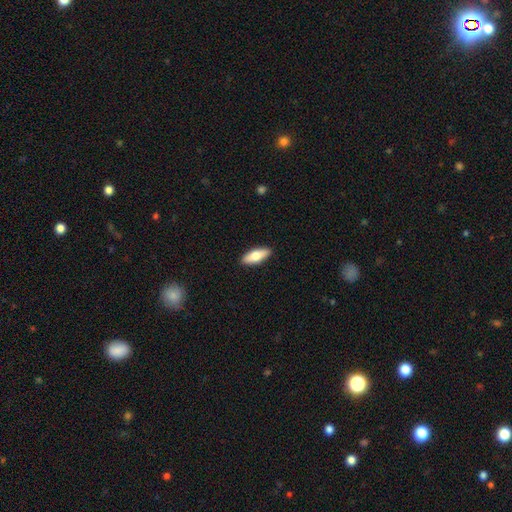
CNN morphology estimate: Smooth or featured?
  - smooth: 73% *
  - featured or disk: 22%
  - star or artifact: 6%
How rounded?
  - in between: 69% *
  - cigar-shaped: 29%
  - round: 2%
Merging?
  - none: 90% *
  - minor disturbance: 7%
  - major disturbance: 2%
  - merger: 1%